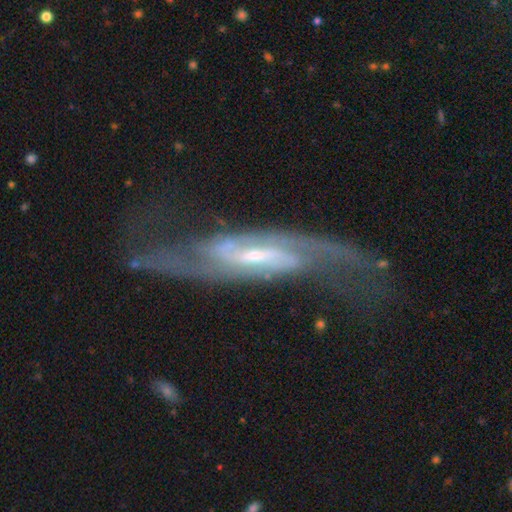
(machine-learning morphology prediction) type=featured or disk (87%); edge-on=no (83%); bar=strong (42%); spiral arms=yes (95%); winding=loose (45%); arm count=2 (85%); bulge=small (63%); merging=none (58%).